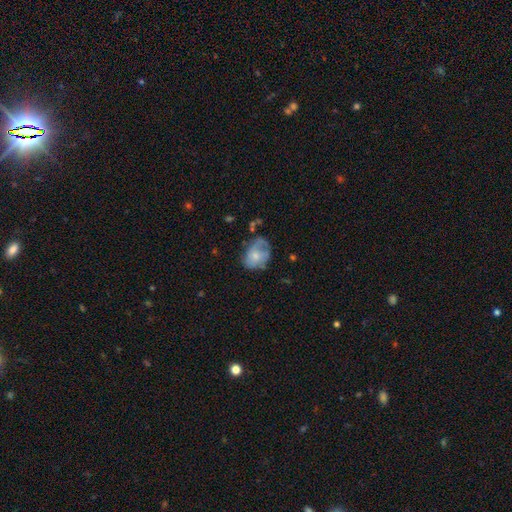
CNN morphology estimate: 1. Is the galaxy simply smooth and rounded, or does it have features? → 56% smooth, 36% featured or disk, 8% star or artifact.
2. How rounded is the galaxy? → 66% in between, 33% round, 1% cigar-shaped.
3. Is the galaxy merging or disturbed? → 39% none, 33% minor disturbance, 24% major disturbance, 4% merger.